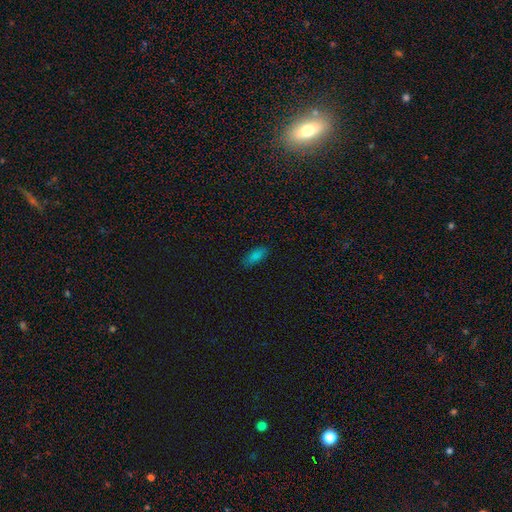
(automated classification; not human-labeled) Smooth or featured? smooth (81%)
How rounded? in between (78%)
Merging? none (84%)